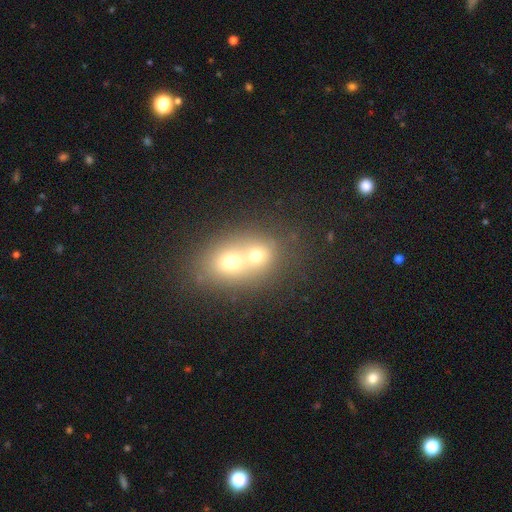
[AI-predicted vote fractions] Morphology: type=smooth (65%); roundness=round (57%); merging=merger (69%).